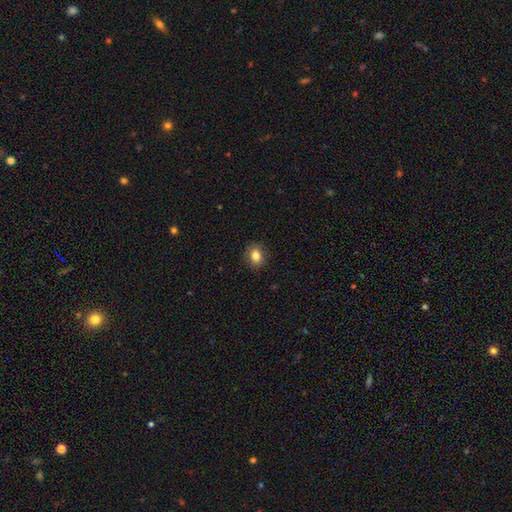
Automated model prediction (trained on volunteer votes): A smooth galaxy with no disk features (83%) that is round (51%).

Vote fractions:
- Smooth or featured? smooth: 83% / star or artifact: 10% / featured or disk: 7%
- How rounded? round: 51% / in between: 48% / cigar-shaped: 1%
- Merging? none: 87% / minor disturbance: 9% / major disturbance: 2% / merger: 1%